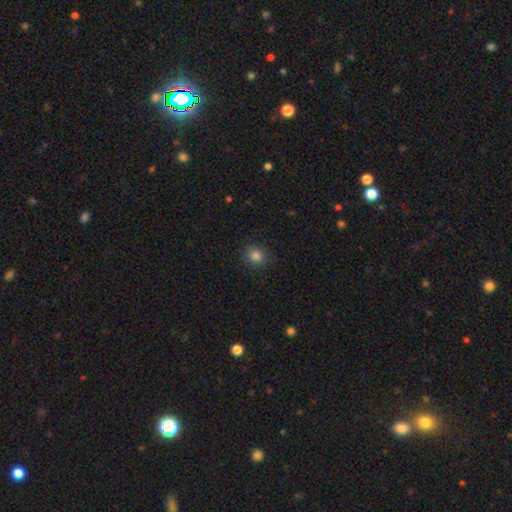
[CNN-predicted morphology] This is clearly a smooth galaxy (83%). How rounded: clearly round (81%). Merging: clearly none (89%).